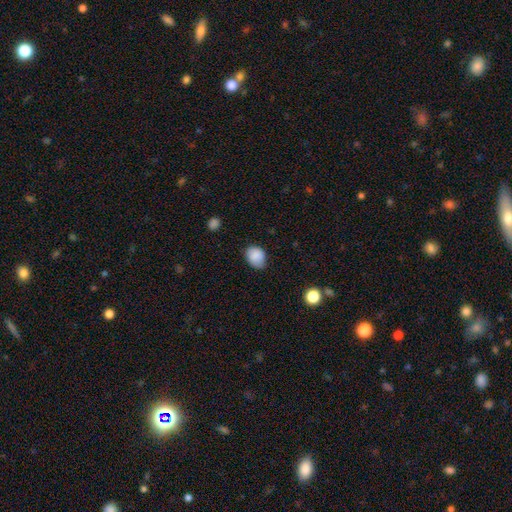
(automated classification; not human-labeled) Smooth or featured? smooth (87%)
How rounded? in between (62%)
Merging? none (66%)